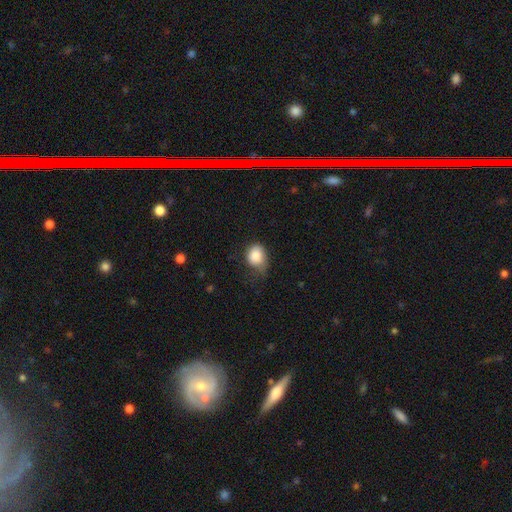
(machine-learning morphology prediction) Smooth or featured? smooth (84%)
How rounded? round (55%)
Merging? minor disturbance (41%)